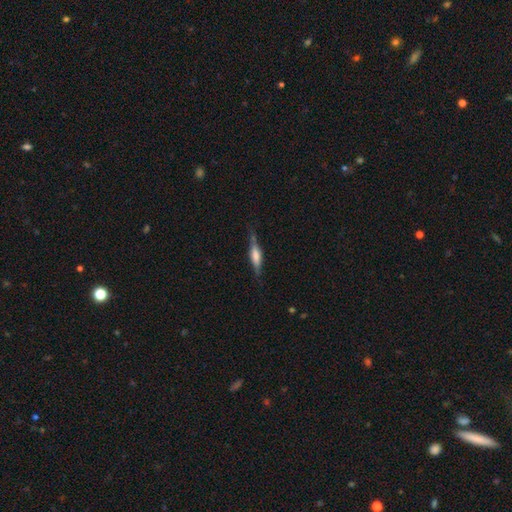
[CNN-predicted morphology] Overall: featured or disk (58%; smooth 35%). Edge-on disk: yes (96%). Edge-on bulge: rounded (55%; boxy 37%). Merging: none (78%).